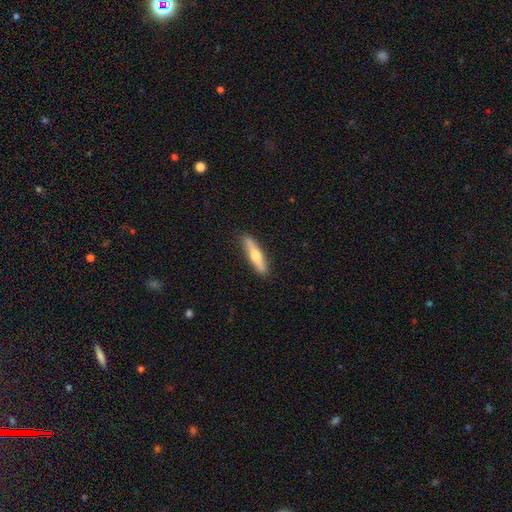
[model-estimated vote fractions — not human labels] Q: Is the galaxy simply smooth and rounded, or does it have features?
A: featured or disk — 50%.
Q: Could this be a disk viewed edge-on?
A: yes — 93%.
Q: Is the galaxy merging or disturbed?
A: none — 88%.